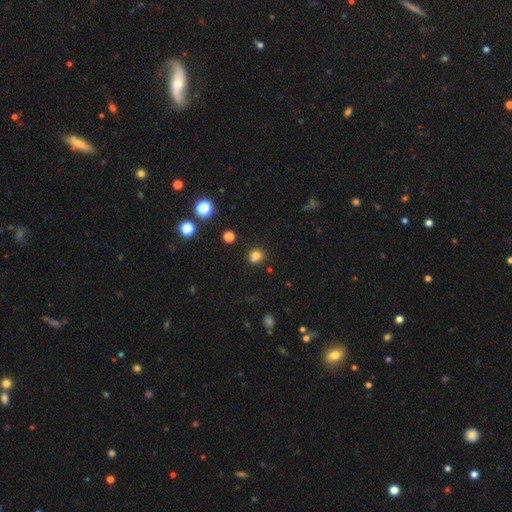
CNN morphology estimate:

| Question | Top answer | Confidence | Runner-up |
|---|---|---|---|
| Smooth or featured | smooth | 76% | star or artifact (16%) |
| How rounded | round | 79% | in between (20%) |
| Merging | none | 69% | merger (15%) |